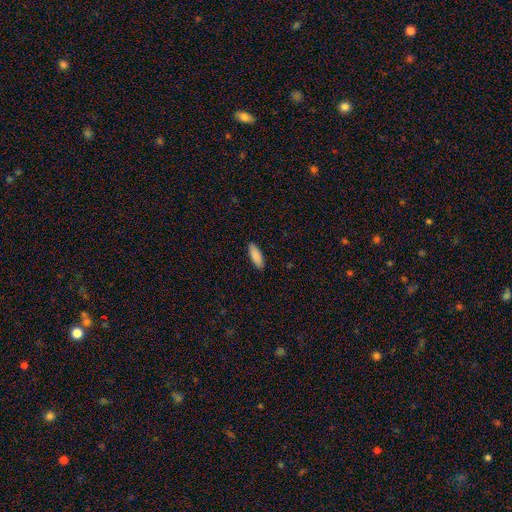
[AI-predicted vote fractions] Overall: smooth (89%). How rounded: in between (61%; cigar-shaped 37%). Merging: none (90%).